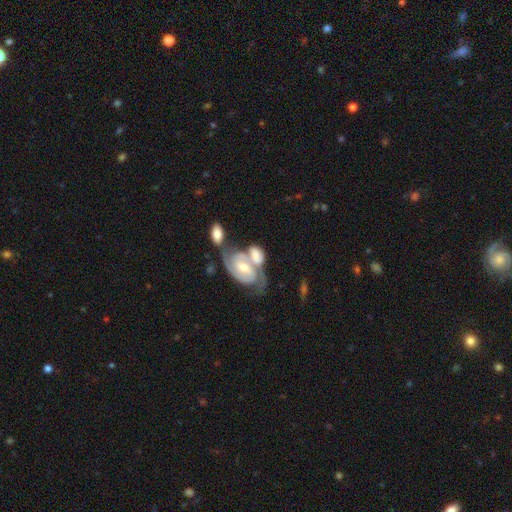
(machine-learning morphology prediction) Smooth or featured?
  - featured or disk: 78% *
  - smooth: 16%
  - star or artifact: 6%
Edge-on disk?
  - no: 96% *
  - yes: 4%
Bar?
  - weak: 42% *
  - no: 38%
  - strong: 20%
Spiral arms?
  - yes: 93% *
  - no: 7%
Spiral winding?
  - medium: 43% *
  - tight: 42%
  - loose: 15%
Spiral arm count?
  - 2: 77% *
  - can't tell: 11%
  - 3: 6%
  - 1: 4%
  - 4: 2%
  - more than 4: 1%
Bulge size?
  - moderate: 56% *
  - small: 36%
  - large: 5%
  - none: 2%
  - dominant: 1%
Merging?
  - merger: 57% *
  - none: 23%
  - minor disturbance: 11%
  - major disturbance: 8%